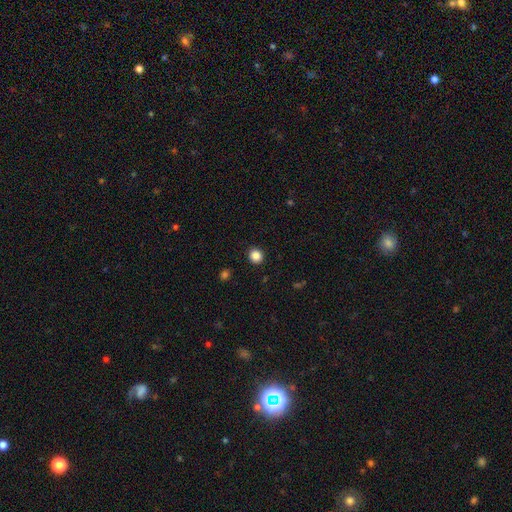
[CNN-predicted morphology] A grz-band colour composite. It shows a smooth galaxy with no disk features (86%) that is round (91%). Merging: none (92%).